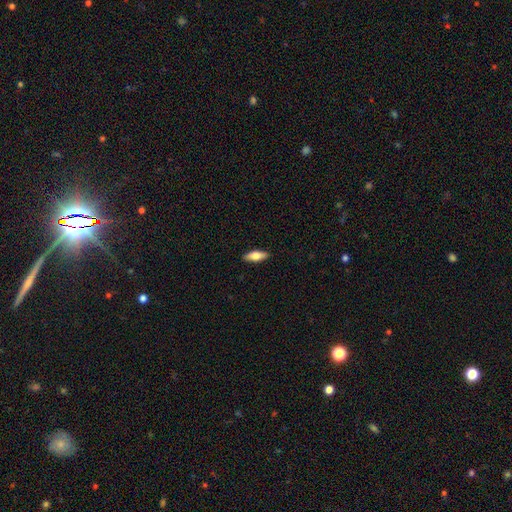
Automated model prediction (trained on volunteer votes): smooth-or-featured: smooth: 70% | featured or disk: 24% | star or artifact: 6%
  how-rounded: in between: 68% | cigar-shaped: 30% | round: 2%
  merging: none: 90% | minor disturbance: 8% | major disturbance: 2% | merger: 1%